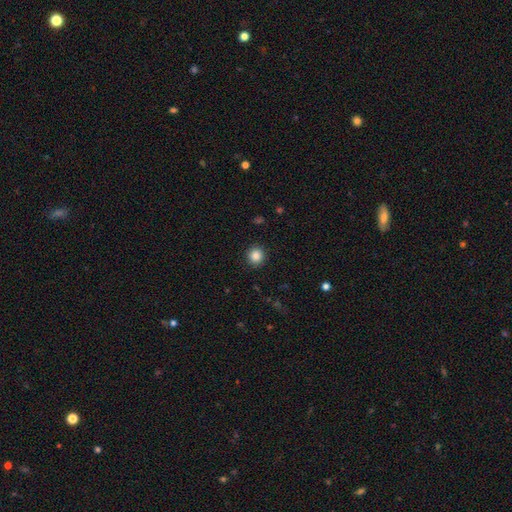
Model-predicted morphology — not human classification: smooth-or-featured: smooth: 85% | star or artifact: 10% | featured or disk: 4%
  how-rounded: round: 90% | in between: 9% | cigar-shaped: 1%
  merging: none: 91% | minor disturbance: 6% | major disturbance: 2% | merger: 1%